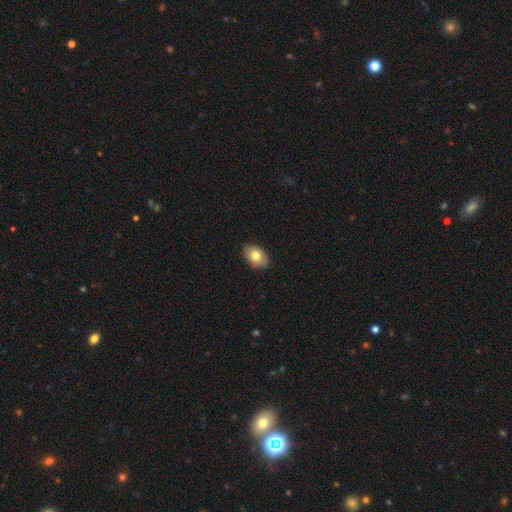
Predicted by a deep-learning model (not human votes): The model was most divided on "smooth or featured": smooth: 80%, featured or disk: 13%, star or artifact: 7%. More confident: merging — none (88%); how rounded — in between (83%).